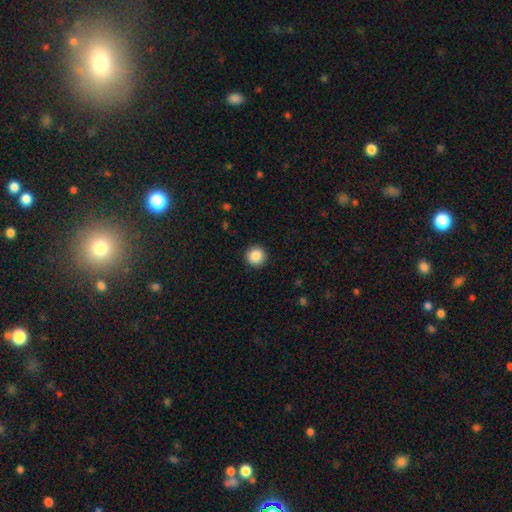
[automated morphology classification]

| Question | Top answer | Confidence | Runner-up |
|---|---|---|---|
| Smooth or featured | smooth | 88% | star or artifact (9%) |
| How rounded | round | 96% | in between (4%) |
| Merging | none | 92% | minor disturbance (5%) |